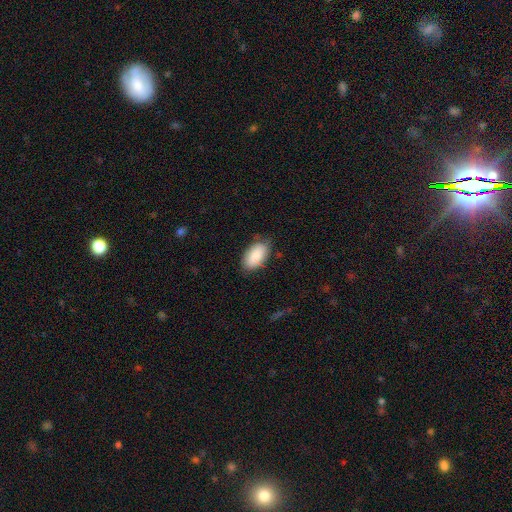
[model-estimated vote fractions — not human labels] Q: Smooth or featured?
A: smooth (87%); runner-up: featured or disk (7%)
Q: How rounded?
A: in between (95%); runner-up: round (3%)
Q: Merging?
A: none (77%); runner-up: minor disturbance (19%)